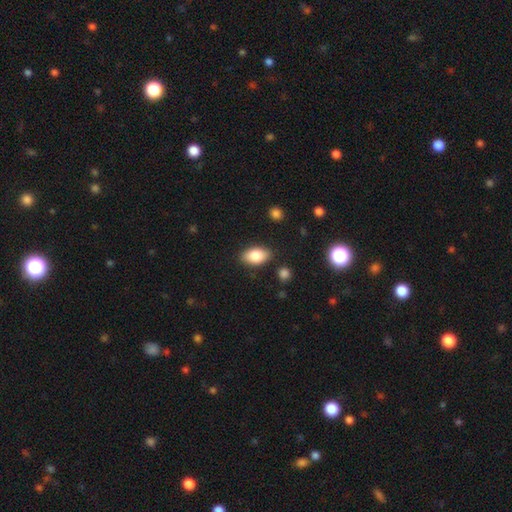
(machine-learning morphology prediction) Smooth or featured?
  - smooth: 84% *
  - featured or disk: 9%
  - star or artifact: 7%
How rounded?
  - in between: 91% *
  - round: 7%
  - cigar-shaped: 2%
Merging?
  - none: 84% *
  - minor disturbance: 11%
  - major disturbance: 3%
  - merger: 2%